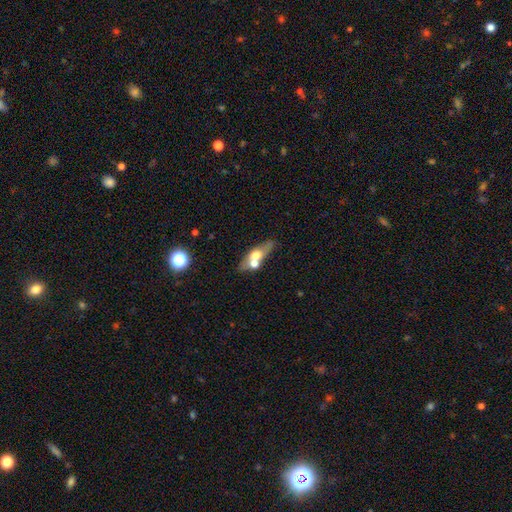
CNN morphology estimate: Smooth or featured? Predicted: smooth (p=0.48). Merging? Predicted: none (p=0.50).